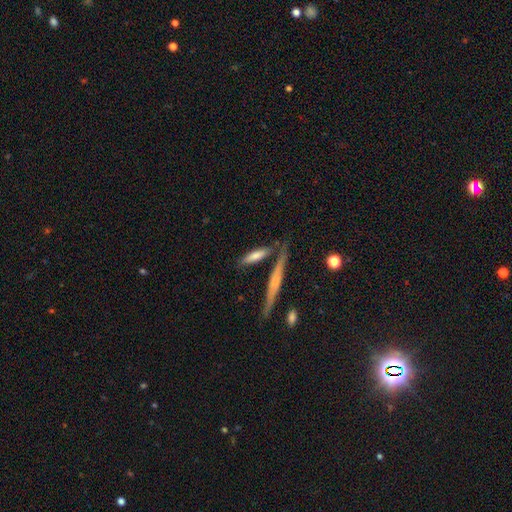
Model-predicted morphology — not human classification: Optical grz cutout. It shows a smooth galaxy with no disk features (69%) that is cigar-shaped (69%). Merging: none (67%).